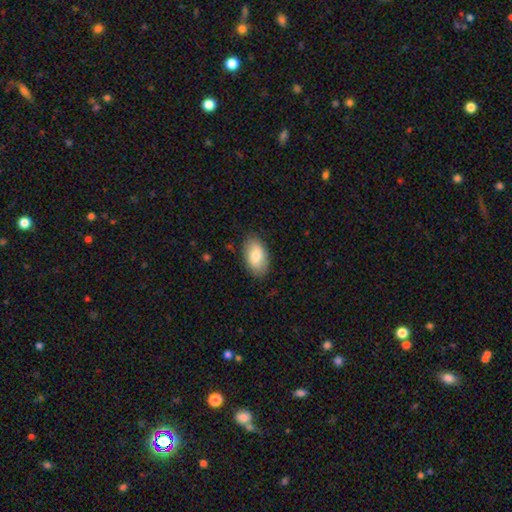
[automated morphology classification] Smooth or featured?
  - smooth: 79% *
  - featured or disk: 15%
  - star or artifact: 6%
How rounded?
  - in between: 94% *
  - round: 5%
  - cigar-shaped: 2%
Merging?
  - none: 85% *
  - minor disturbance: 11%
  - major disturbance: 2%
  - merger: 1%